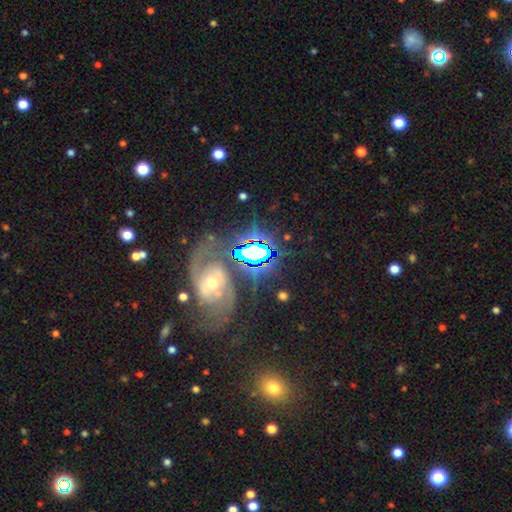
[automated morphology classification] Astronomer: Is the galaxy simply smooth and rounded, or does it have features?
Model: star or artifact — 51% (runner-up: featured or disk, 32%).